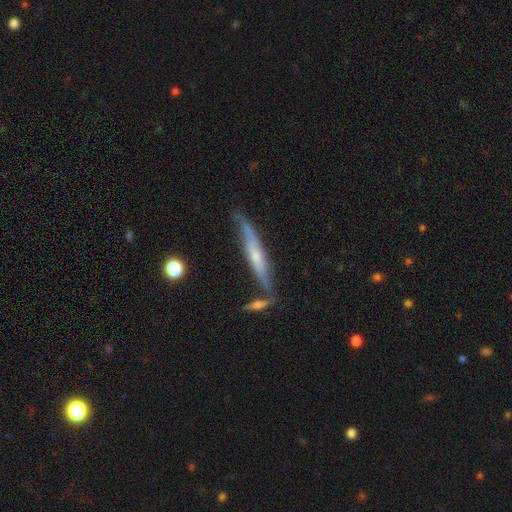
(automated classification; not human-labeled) Smooth or featured: featured or disk — 62% (smooth — 31%)
Edge-on disk: yes — 83% (no — 17%)
Edge-on bulge: rounded — 54% (none — 38%)
Merging: none — 61% (minor disturbance — 21%)